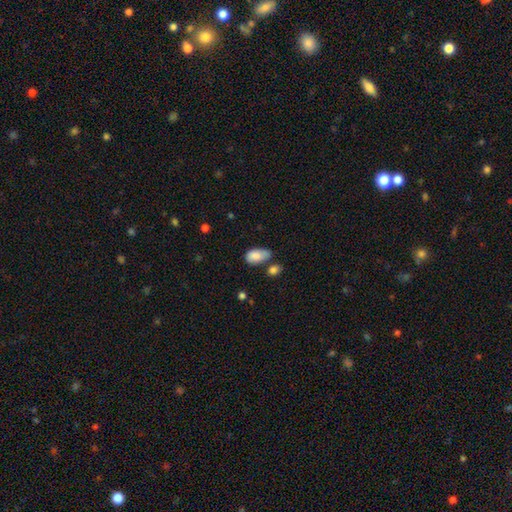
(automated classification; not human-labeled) Smooth or featured?
  - smooth: 84% *
  - featured or disk: 9%
  - star or artifact: 7%
How rounded?
  - in between: 93% *
  - round: 5%
  - cigar-shaped: 2%
Merging?
  - none: 40% *
  - minor disturbance: 33%
  - merger: 16%
  - major disturbance: 11%